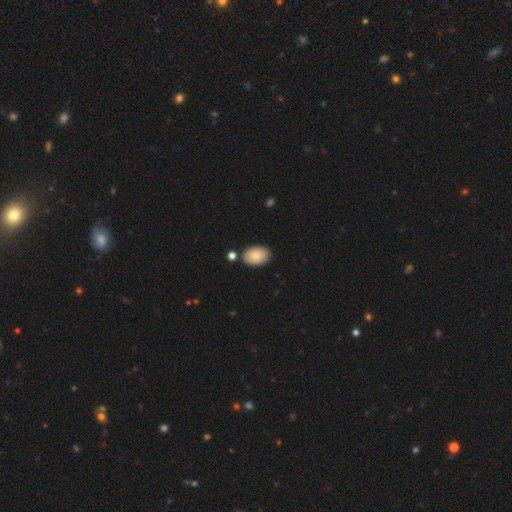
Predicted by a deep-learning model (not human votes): This is clearly a smooth galaxy (85%). How rounded: clearly in between (87%). Merging: clearly none (83%).